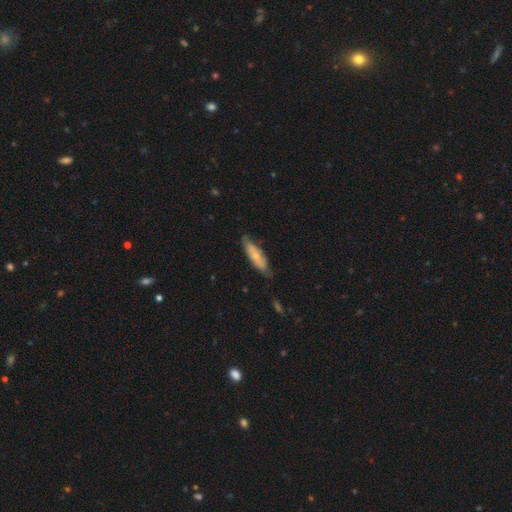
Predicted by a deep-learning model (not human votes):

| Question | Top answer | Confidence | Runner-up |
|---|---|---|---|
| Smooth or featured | smooth | 58% | featured or disk (37%) |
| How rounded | cigar-shaped | 56% | in between (42%) |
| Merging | none | 69% | minor disturbance (25%) |